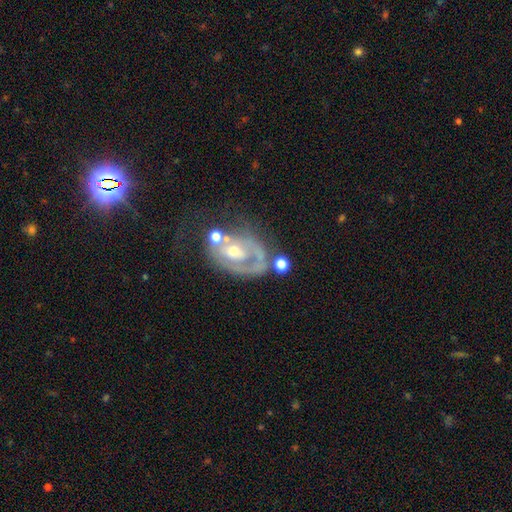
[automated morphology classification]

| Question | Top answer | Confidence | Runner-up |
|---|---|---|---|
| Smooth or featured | featured or disk | 74% | smooth (15%) |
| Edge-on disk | no | 96% | yes (4%) |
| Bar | no | 68% | weak (24%) |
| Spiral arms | yes | 63% | no (37%) |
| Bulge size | moderate | 59% | small (32%) |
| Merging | none | 40% | major disturbance (21%) |